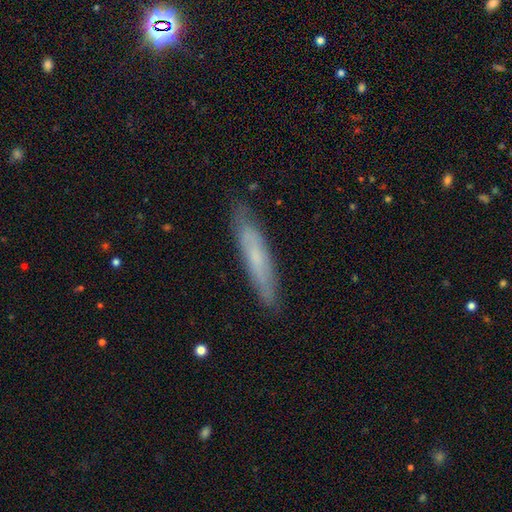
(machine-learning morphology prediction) The model was most divided on "smooth or featured": smooth: 52%, featured or disk: 41%, star or artifact: 7%. More confident: how rounded — cigar-shaped (89%); merging — none (84%).